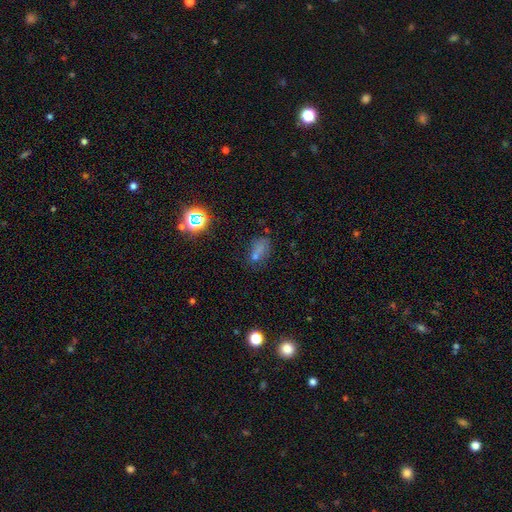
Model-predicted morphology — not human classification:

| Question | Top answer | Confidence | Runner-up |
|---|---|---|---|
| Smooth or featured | smooth | 56% | star or artifact (31%) |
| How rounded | in between | 72% | round (19%) |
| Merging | none | 59% | minor disturbance (19%) |